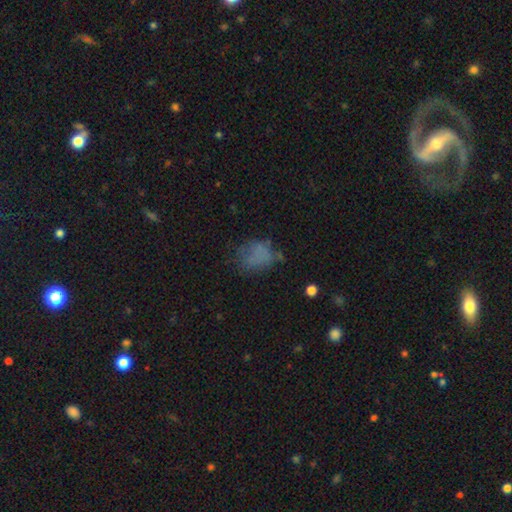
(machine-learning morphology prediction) smooth_or_featured: smooth (p=0.65) [alt: featured or disk p=0.19]
how_rounded: in between (p=0.55) [alt: round p=0.43]
merging: none (p=0.45) [alt: minor disturbance p=0.27]